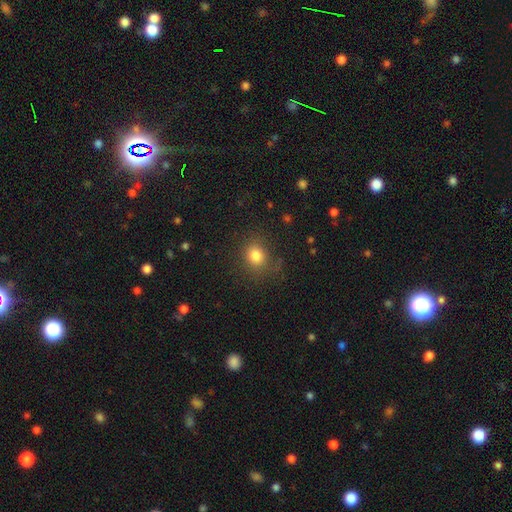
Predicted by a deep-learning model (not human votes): Smooth or featured? Predicted: smooth (p=0.81). How rounded? Predicted: round (p=0.72). Merging? Predicted: none (p=0.78).